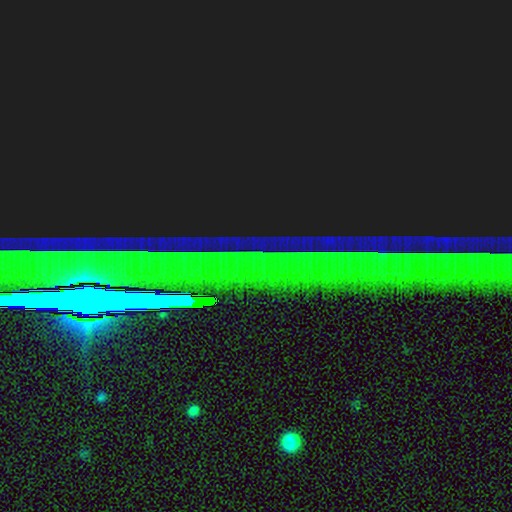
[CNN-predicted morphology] Smooth or featured: star or artifact — 85% (featured or disk — 9%)